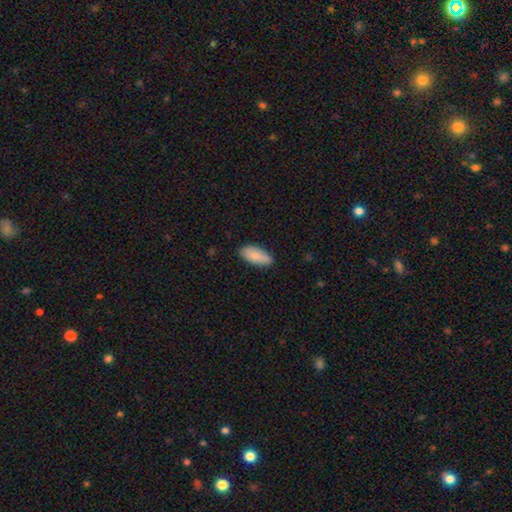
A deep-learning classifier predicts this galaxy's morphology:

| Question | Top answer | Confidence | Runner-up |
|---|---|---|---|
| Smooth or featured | smooth | 87% | featured or disk (8%) |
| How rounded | in between | 89% | cigar-shaped (10%) |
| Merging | none | 83% | minor disturbance (14%) |